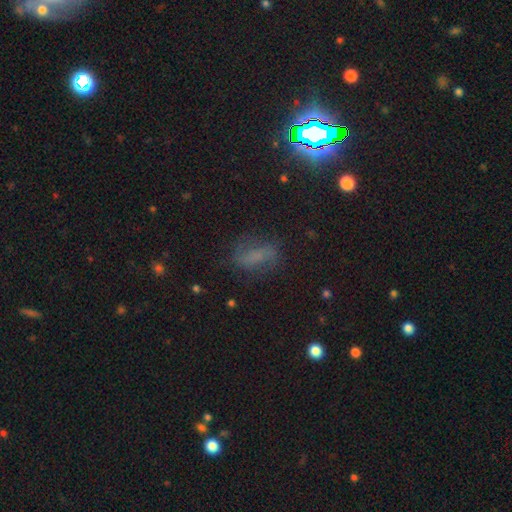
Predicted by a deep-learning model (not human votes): Smooth or featured?
  - smooth: 43% *
  - featured or disk: 30%
  - star or artifact: 27%
Merging?
  - none: 64% *
  - minor disturbance: 21%
  - major disturbance: 12%
  - merger: 2%